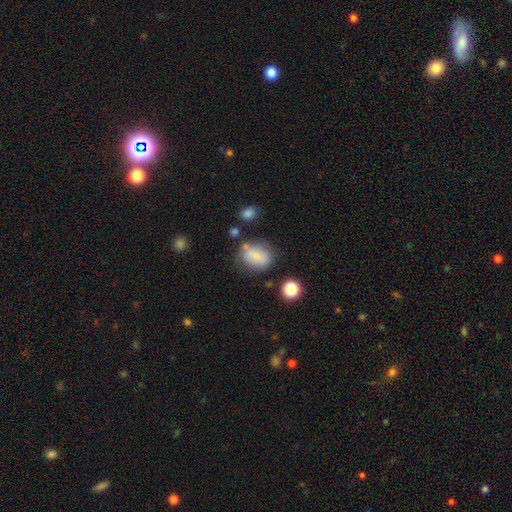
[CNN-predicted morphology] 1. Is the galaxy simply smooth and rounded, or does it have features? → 75% smooth, 16% featured or disk, 10% star or artifact.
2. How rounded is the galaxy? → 70% in between, 28% round, 2% cigar-shaped.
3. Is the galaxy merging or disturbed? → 60% none, 22% minor disturbance, 10% merger, 8% major disturbance.